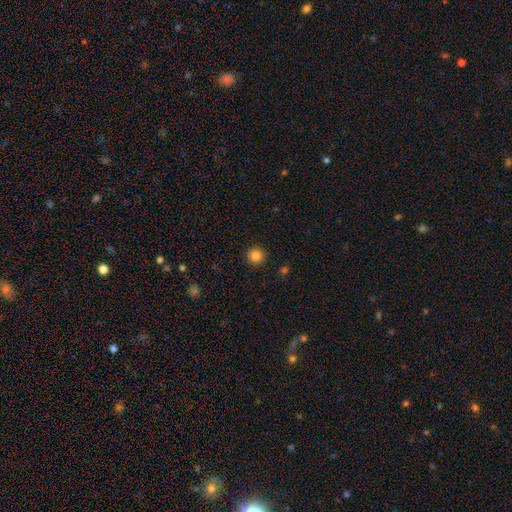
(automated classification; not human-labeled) Morphology: type=smooth (85%); roundness=round (95%); merging=none (93%).